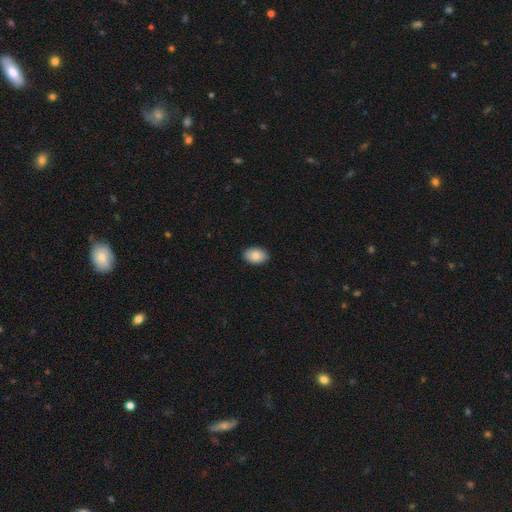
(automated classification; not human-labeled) smooth 85%, featured or disk 8%, star or artifact 7%. Down the decision tree: how rounded — in between (89%); merging — none (90%).